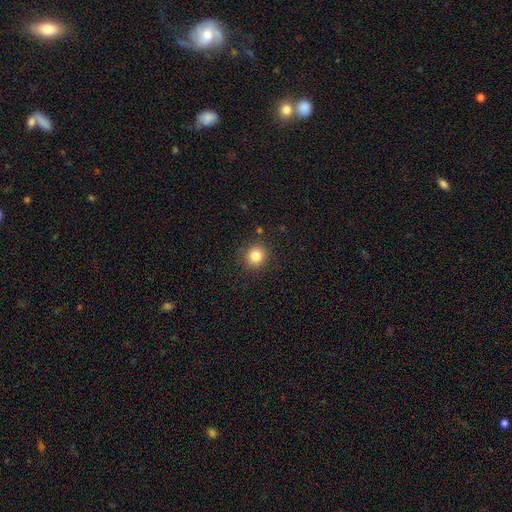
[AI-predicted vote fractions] smooth 82%, star or artifact 11%, featured or disk 6%. Down the decision tree: how rounded — round (86%); merging — none (88%).